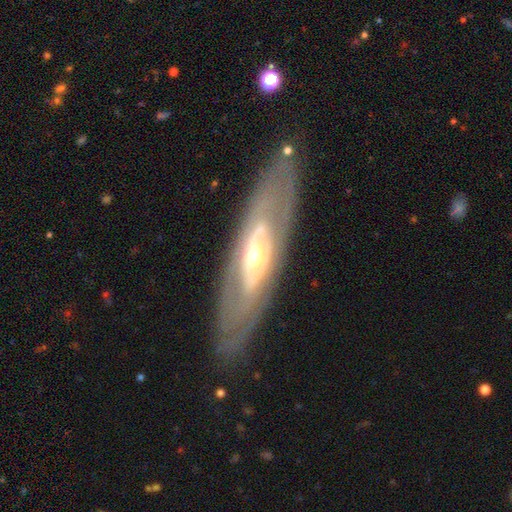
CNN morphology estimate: smooth_or_featured: featured or disk (p=0.76) [alt: smooth p=0.19]
disk_edge_on: no (p=0.72) [alt: yes p=0.28]
bar: no (p=0.68) [alt: weak p=0.21]
has_spiral_arms: no (p=0.54) [alt: yes p=0.46]
bulge_size: moderate (p=0.51) [alt: small p=0.41]
merging: none (p=0.84) [alt: minor disturbance p=0.11]